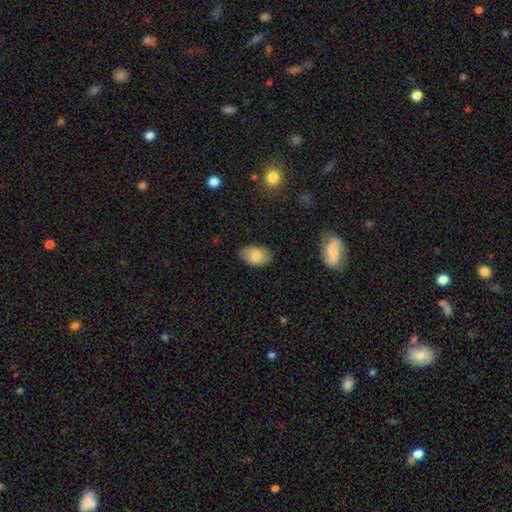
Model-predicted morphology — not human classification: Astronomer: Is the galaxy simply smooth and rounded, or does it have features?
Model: smooth — 78%.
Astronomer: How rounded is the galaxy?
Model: in between — 91%.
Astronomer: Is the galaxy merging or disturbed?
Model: none — 84%.